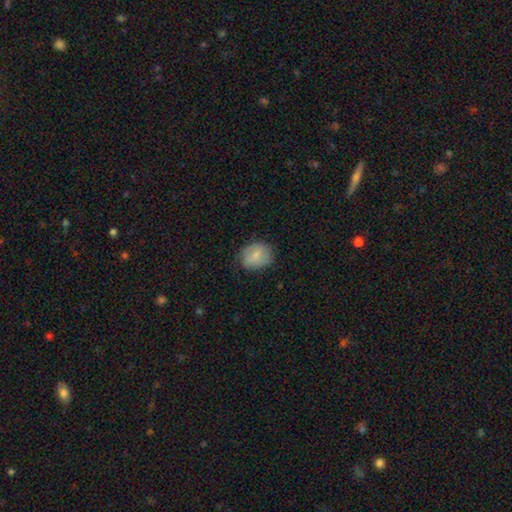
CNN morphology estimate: A smooth galaxy with no disk features (75%) that is in between round and cigar-shaped (51%).

Vote fractions:
- Smooth or featured? smooth: 75% / featured or disk: 18% / star or artifact: 7%
- How rounded? in between: 51% / round: 48% / cigar-shaped: 1%
- Merging? none: 68% / minor disturbance: 25% / major disturbance: 6% / merger: 1%